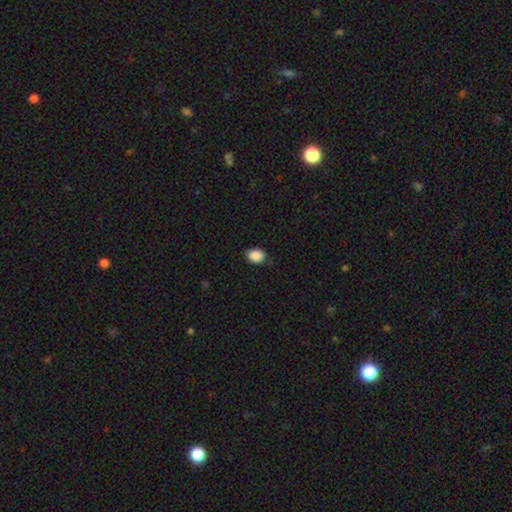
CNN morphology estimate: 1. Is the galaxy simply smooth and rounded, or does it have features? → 89% smooth, 8% star or artifact, 3% featured or disk.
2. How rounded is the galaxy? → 68% in between, 31% round, 1% cigar-shaped.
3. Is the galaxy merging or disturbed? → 82% none, 14% minor disturbance, 3% major disturbance, 1% merger.